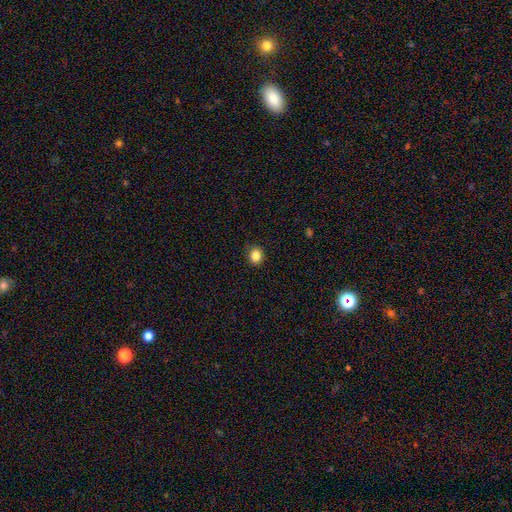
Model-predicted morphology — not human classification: smooth 85%, star or artifact 11%, featured or disk 5%. Down the decision tree: how rounded — round (72%); merging — none (89%).